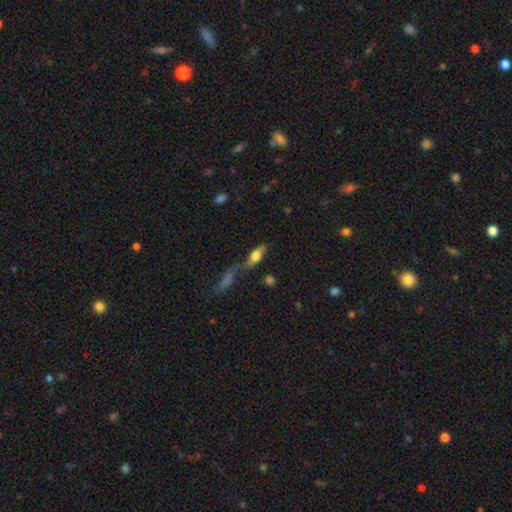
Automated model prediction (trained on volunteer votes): Smooth or featured: smooth — 64% (featured or disk — 27%)
How rounded: in between — 71% (cigar-shaped — 23%)
Merging: merger — 37% (none — 36%)